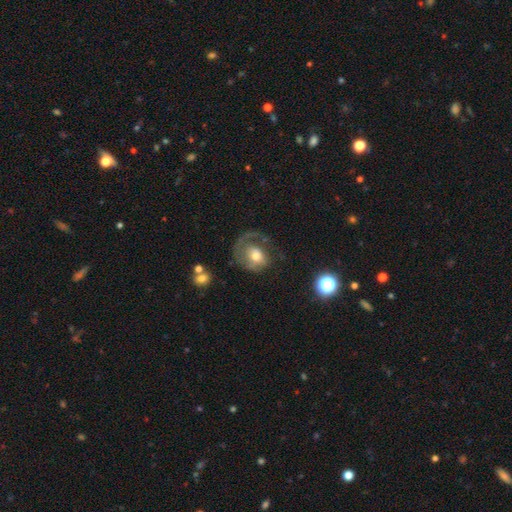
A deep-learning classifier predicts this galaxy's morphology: Smooth or featured: featured or disk — 59% (smooth — 33%)
Edge-on disk: no — 97% (yes — 3%)
Bar: no — 70% (weak — 25%)
Spiral arms: yes — 78% (no — 22%)
Bulge size: moderate — 62% (small — 22%)
Merging: major disturbance — 42% (none — 38%)